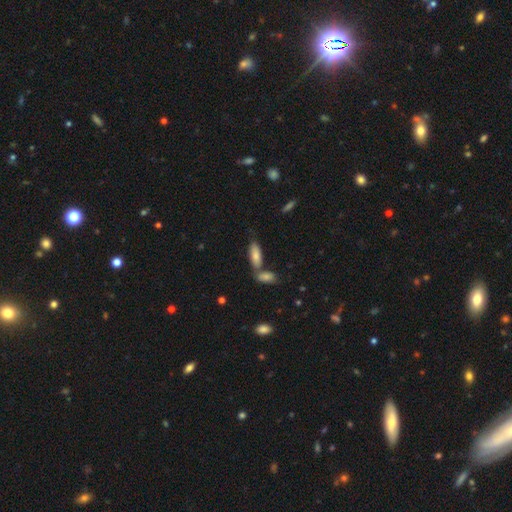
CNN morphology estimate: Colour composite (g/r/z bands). It shows a smooth galaxy with no disk features (73%) that is in between round and cigar-shaped (64%). Merging: none (54%).